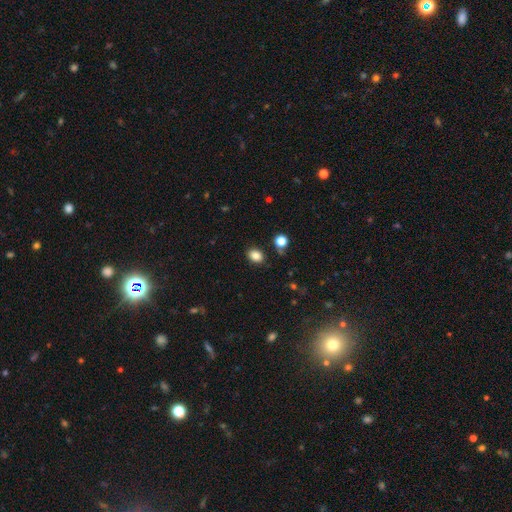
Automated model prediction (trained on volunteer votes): Overall: smooth (84%). How rounded: in between (62%; round 37%). Merging: none (86%).